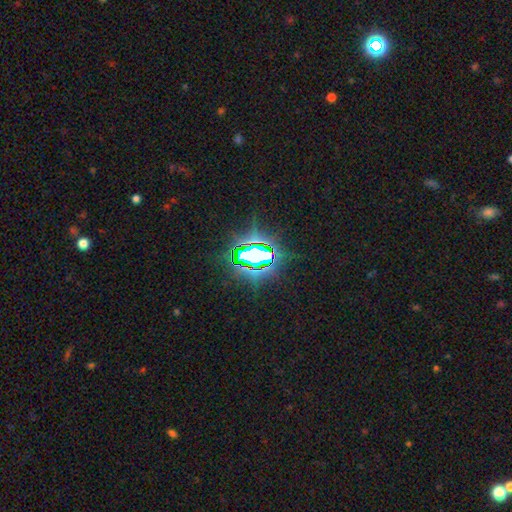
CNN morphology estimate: A star or artifact, not a galaxy (76%).